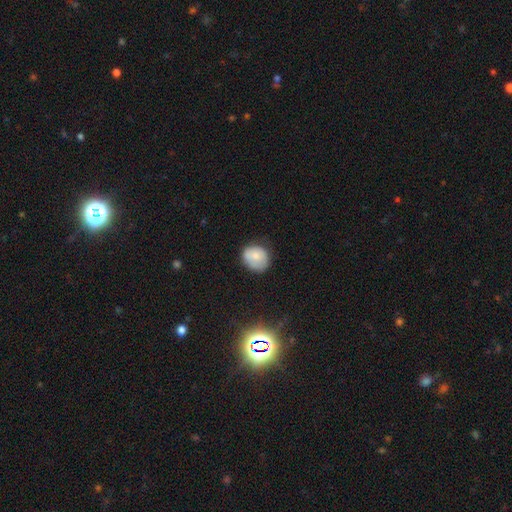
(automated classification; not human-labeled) Smooth or featured?
  - smooth: 73% *
  - featured or disk: 18%
  - star or artifact: 9%
How rounded?
  - round: 68% *
  - in between: 31%
  - cigar-shaped: 1%
Merging?
  - none: 64% *
  - minor disturbance: 27%
  - major disturbance: 7%
  - merger: 2%